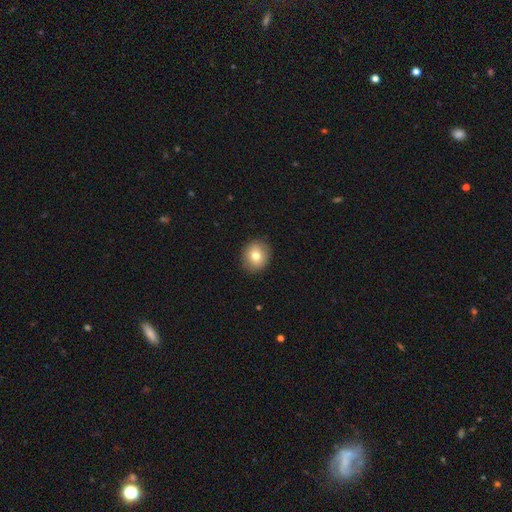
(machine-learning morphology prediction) Smooth or featured? Predicted: smooth (p=0.76). How rounded? Predicted: round (p=0.81). Merging? Predicted: none (p=0.89).